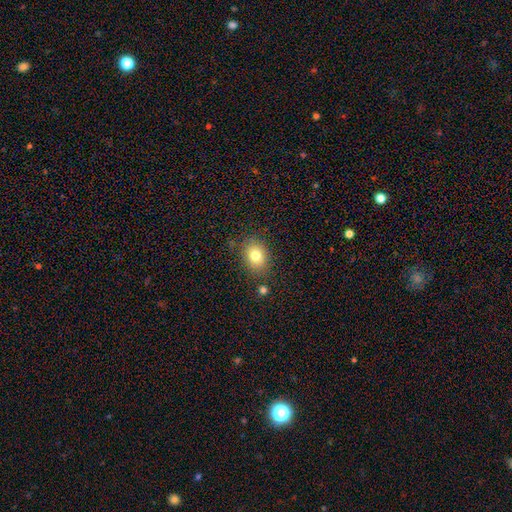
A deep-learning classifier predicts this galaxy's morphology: smooth_or_featured: smooth (p=0.78) [alt: featured or disk p=0.11]
how_rounded: in between (p=0.56) [alt: round p=0.43]
merging: none (p=0.80) [alt: minor disturbance p=0.12]